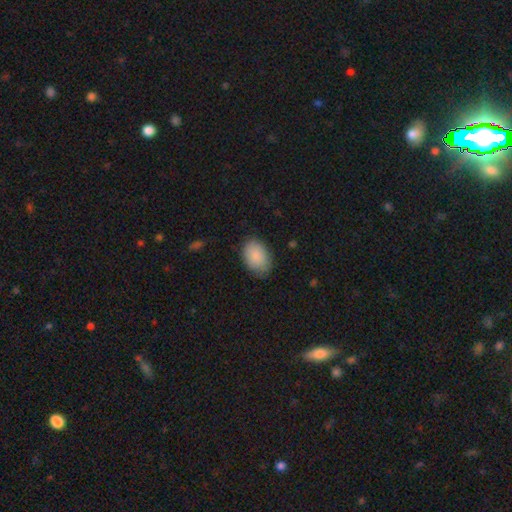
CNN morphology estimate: smooth_or_featured: smooth (p=0.88) [alt: star or artifact p=0.06]
how_rounded: in between (p=0.84) [alt: round p=0.15]
merging: none (p=0.80) [alt: minor disturbance p=0.15]